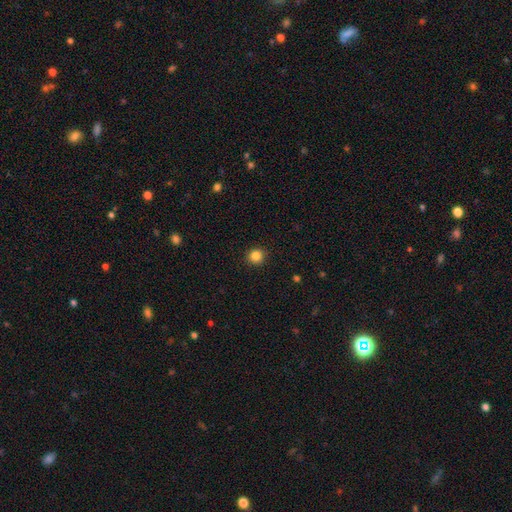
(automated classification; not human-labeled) This appears to be a smooth galaxy with no disk features (84%) that is round (92%). Merging: none (92%).